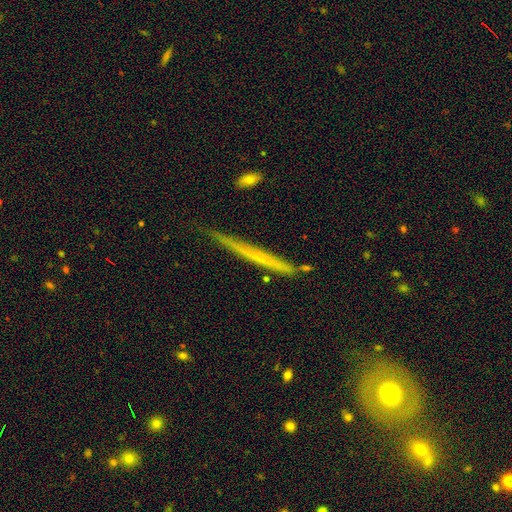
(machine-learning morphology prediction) This appears to be a featured or disk galaxy (54%) viewed edge-on (96%) with no central bulge (88%). Merging: none (85%).